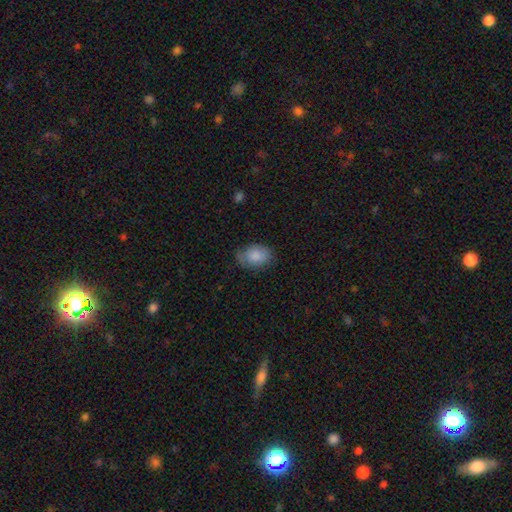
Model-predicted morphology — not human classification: A smooth galaxy with no disk features (84%) that is in between round and cigar-shaped (80%).

Vote fractions:
- Smooth or featured? smooth: 84% / featured or disk: 8% / star or artifact: 7%
- How rounded? in between: 80% / round: 19% / cigar-shaped: 1%
- Merging? none: 70% / minor disturbance: 23% / major disturbance: 6% / merger: 1%